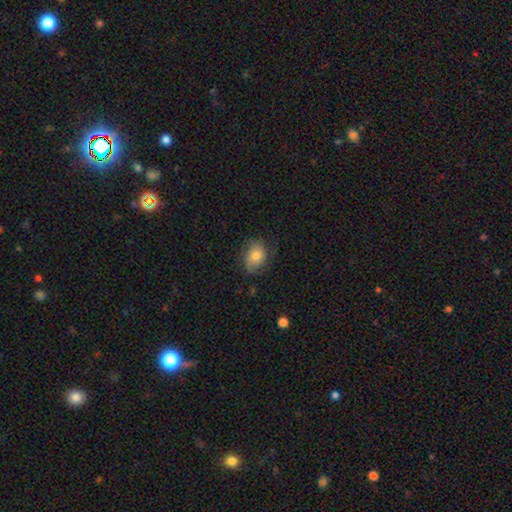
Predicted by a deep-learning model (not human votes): This appears to be a smooth galaxy with no disk features (64%) that is in between round and cigar-shaped (58%). Merging: none (64%).